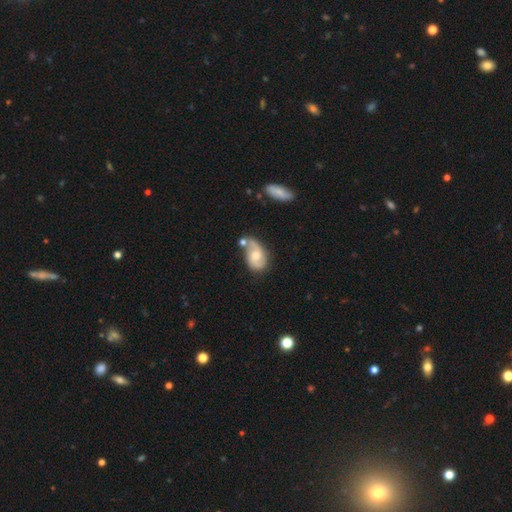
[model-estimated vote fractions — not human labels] Overall: featured or disk (65%; smooth 28%). Edge-on disk: no (96%). Bar: no (65%; weak 30%). Spiral arms: yes (88%). Spiral arm count: 2 (75%). Spiral winding: medium (43%; loose 35%). Bulge size: moderate (59%; small 27%). Merging: none (41%; minor disturbance 25%).